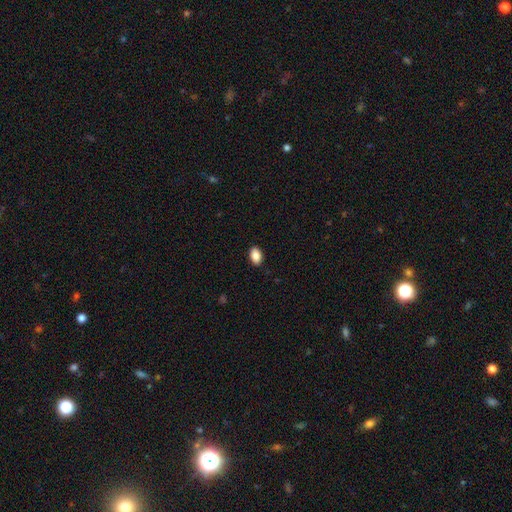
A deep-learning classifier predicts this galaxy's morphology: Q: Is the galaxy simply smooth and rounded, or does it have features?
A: smooth — 87%.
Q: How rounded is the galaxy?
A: in between — 89%.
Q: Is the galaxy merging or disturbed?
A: none — 89%.